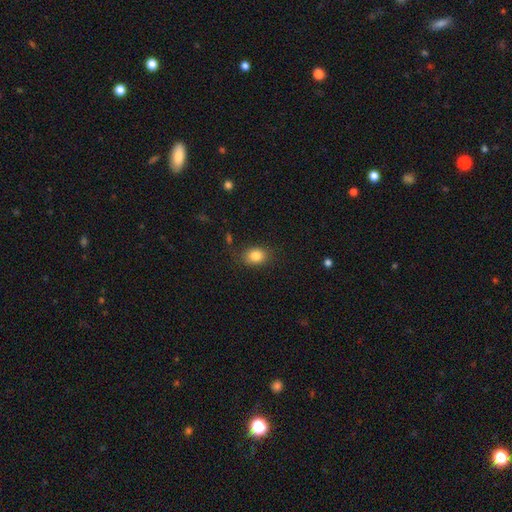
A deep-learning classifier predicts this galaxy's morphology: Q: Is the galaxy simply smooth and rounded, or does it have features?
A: smooth — 83%.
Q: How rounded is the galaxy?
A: in between — 60%.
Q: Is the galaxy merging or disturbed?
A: none — 80%.